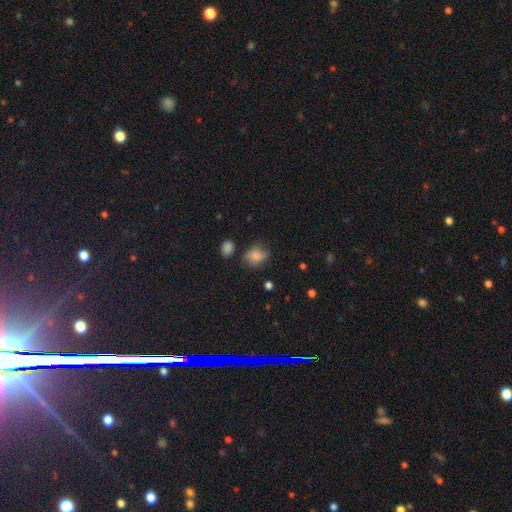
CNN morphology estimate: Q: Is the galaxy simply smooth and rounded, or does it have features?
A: smooth — 77%.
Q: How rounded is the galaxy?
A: in between — 63%.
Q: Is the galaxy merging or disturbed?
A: none — 61%.